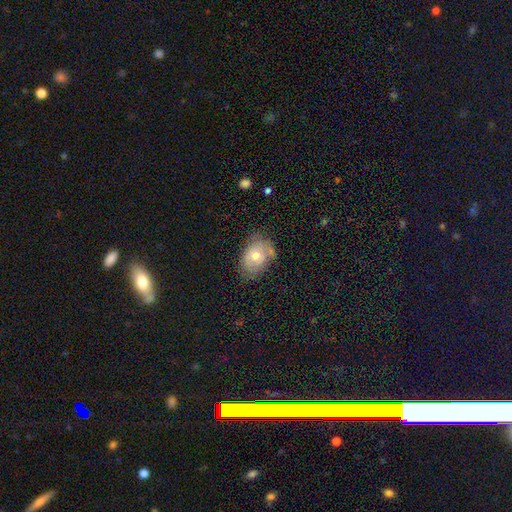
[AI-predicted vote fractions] This is possibly a smooth galaxy (58%). How rounded: likely in between (77%). Merging: possibly none (56%).